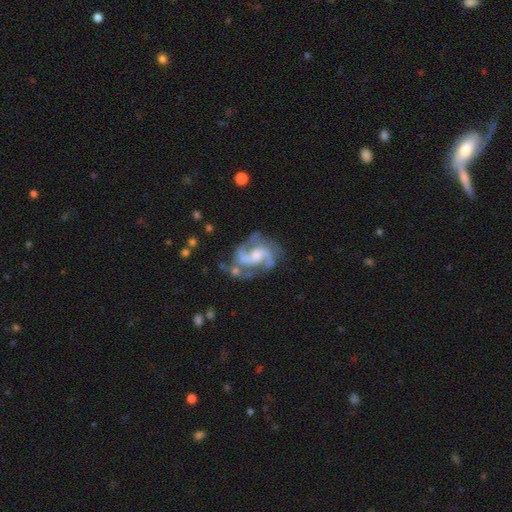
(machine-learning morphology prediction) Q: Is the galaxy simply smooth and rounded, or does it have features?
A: featured or disk — 89%.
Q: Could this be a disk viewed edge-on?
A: no — 98%.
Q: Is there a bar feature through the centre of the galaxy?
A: weak — 43%.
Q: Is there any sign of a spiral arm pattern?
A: yes — 97%.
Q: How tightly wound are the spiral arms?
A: medium — 56%.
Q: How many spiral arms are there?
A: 2 — 71%.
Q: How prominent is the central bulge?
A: moderate — 47%.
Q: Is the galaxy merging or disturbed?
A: none — 58%.